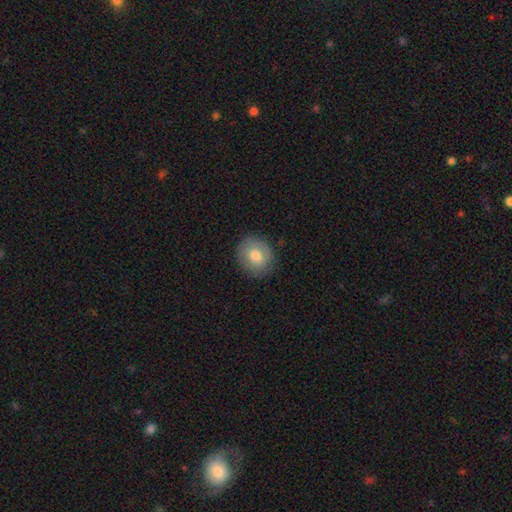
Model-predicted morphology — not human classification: smooth-or-featured: smooth: 76% | featured or disk: 16% | star or artifact: 8%
  how-rounded: round: 72% | in between: 27% | cigar-shaped: 1%
  merging: none: 85% | minor disturbance: 11% | major disturbance: 3% | merger: 1%